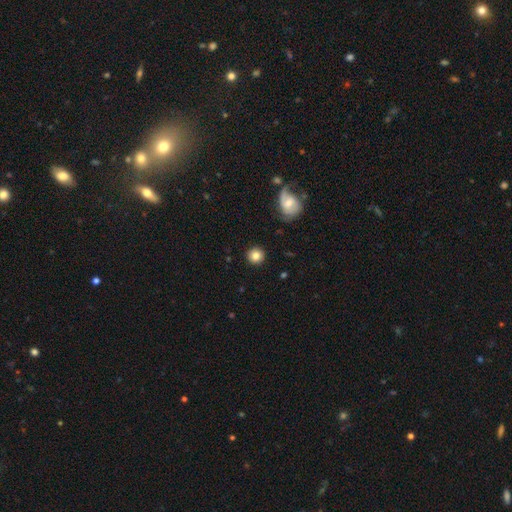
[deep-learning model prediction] Smooth or featured? Predicted: smooth (p=0.83). How rounded? Predicted: round (p=0.94). Merging? Predicted: none (p=0.91).